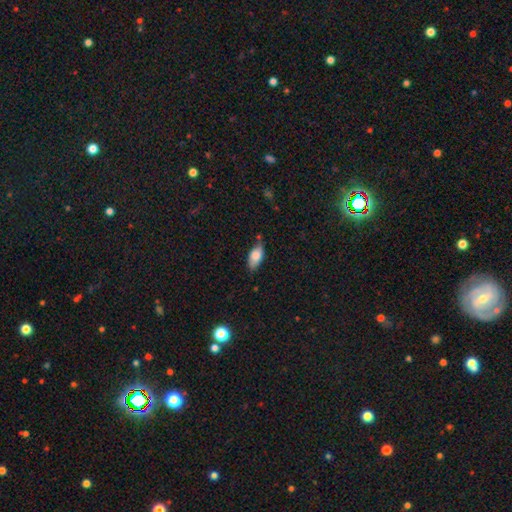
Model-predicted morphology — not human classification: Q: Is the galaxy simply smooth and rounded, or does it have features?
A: smooth — 81%.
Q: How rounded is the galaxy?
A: in between — 89%.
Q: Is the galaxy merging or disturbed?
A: none — 69%.